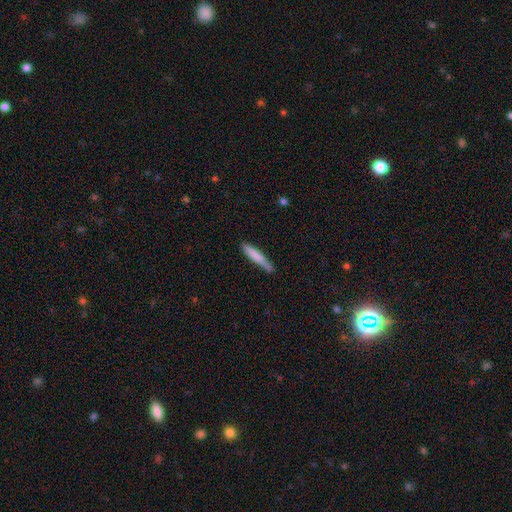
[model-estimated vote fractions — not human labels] Smooth or featured? Predicted: smooth (p=0.76). How rounded? Predicted: cigar-shaped (p=0.92). Merging? Predicted: none (p=0.76).